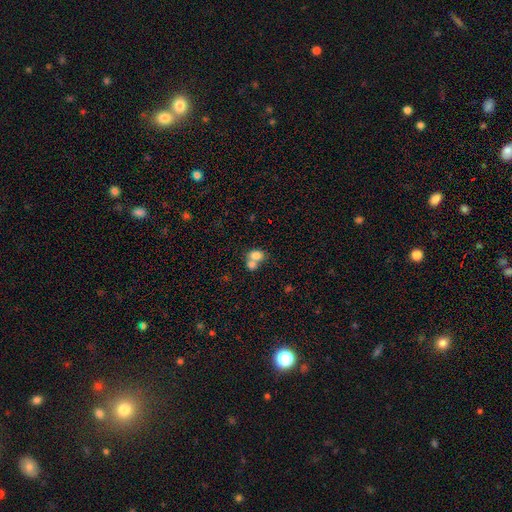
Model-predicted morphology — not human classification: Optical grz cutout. It shows a smooth galaxy with no disk features (77%) that is in between round and cigar-shaped (54%). Merging: merger (63%).